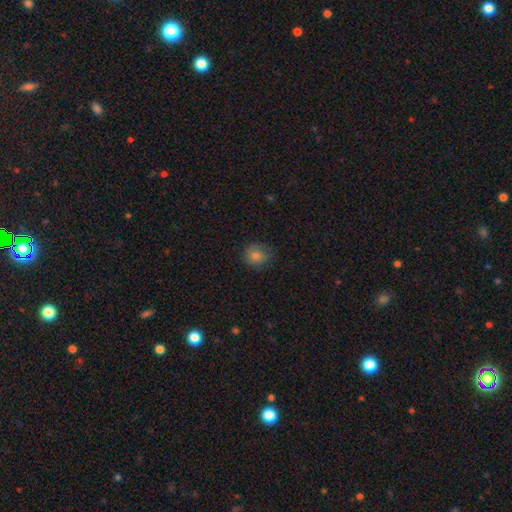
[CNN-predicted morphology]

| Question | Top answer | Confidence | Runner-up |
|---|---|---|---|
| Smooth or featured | smooth | 76% | star or artifact (13%) |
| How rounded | round | 77% | in between (22%) |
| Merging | none | 76% | minor disturbance (18%) |